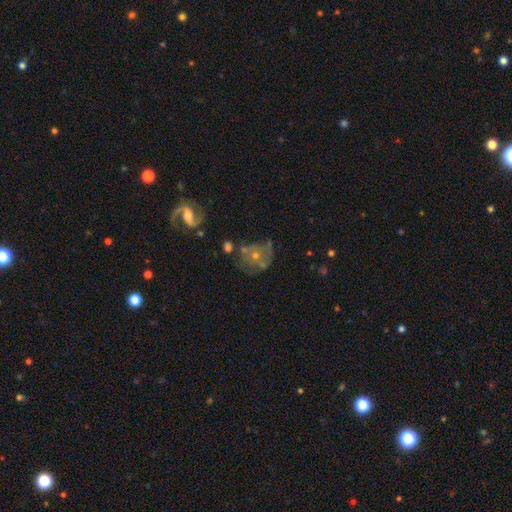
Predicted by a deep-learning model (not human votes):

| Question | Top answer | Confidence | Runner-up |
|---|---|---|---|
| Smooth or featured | featured or disk | 66% | smooth (21%) |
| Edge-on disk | no | 97% | yes (3%) |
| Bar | no | 74% | weak (21%) |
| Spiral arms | yes | 66% | no (34%) |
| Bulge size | small | 51% | moderate (41%) |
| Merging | none | 51% | minor disturbance (20%) |